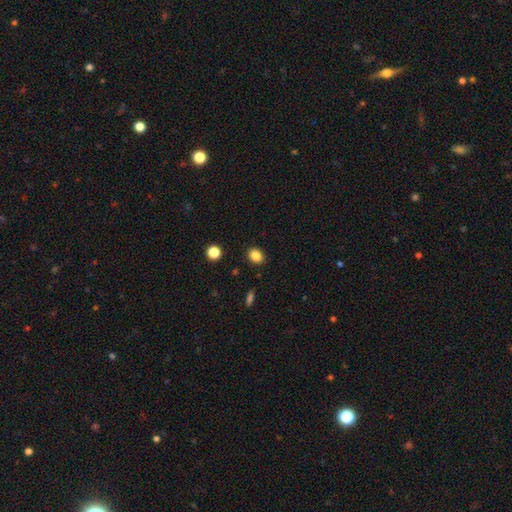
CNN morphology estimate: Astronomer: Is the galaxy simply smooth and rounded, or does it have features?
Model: smooth — 85%.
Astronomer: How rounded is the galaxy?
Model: in between — 60% (runner-up: round, 39%).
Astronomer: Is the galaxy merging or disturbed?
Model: none — 89%.